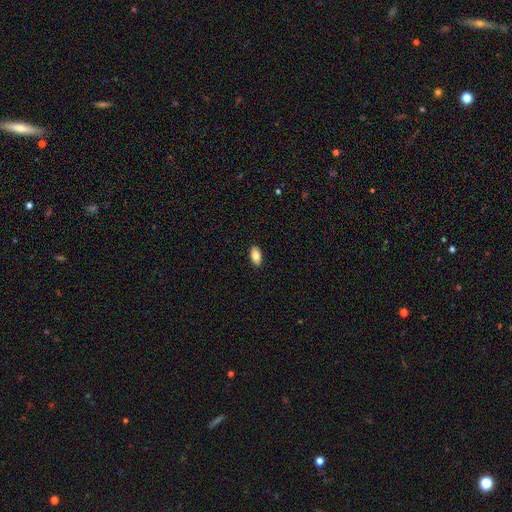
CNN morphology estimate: The model was most divided on "smooth or featured": smooth: 83%, featured or disk: 10%, star or artifact: 7%. More confident: how rounded — in between (92%); merging — none (90%).